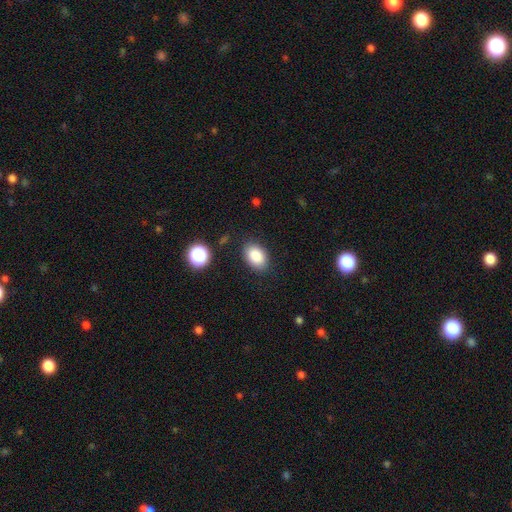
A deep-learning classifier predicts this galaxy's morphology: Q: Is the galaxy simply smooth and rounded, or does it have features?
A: smooth — 86%.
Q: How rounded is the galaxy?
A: in between — 83%.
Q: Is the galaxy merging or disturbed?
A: none — 84%.